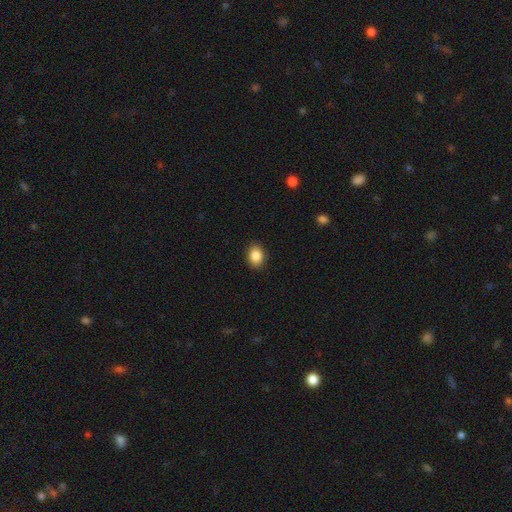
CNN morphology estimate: Overall: smooth (87%). How rounded: in between (64%; round 35%). Merging: none (89%).